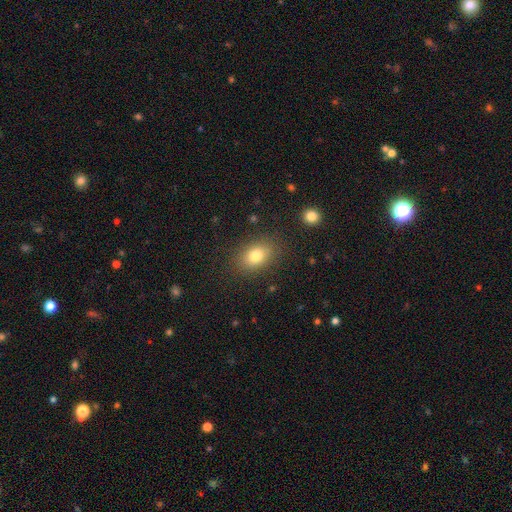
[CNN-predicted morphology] Smooth or featured? Predicted: smooth (p=0.79). How rounded? Predicted: in between (p=0.74). Merging? Predicted: none (p=0.84).